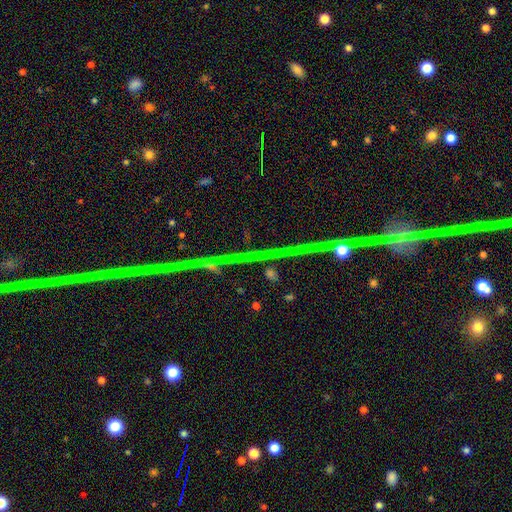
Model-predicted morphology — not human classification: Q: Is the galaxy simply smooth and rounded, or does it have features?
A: star or artifact — 81%.